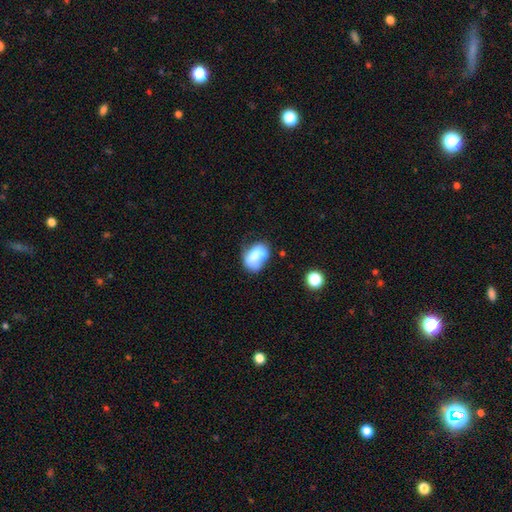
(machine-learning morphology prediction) Smooth or featured? Predicted: smooth (p=0.65). How rounded? Predicted: in between (p=0.77). Merging? Predicted: merger (p=0.34).